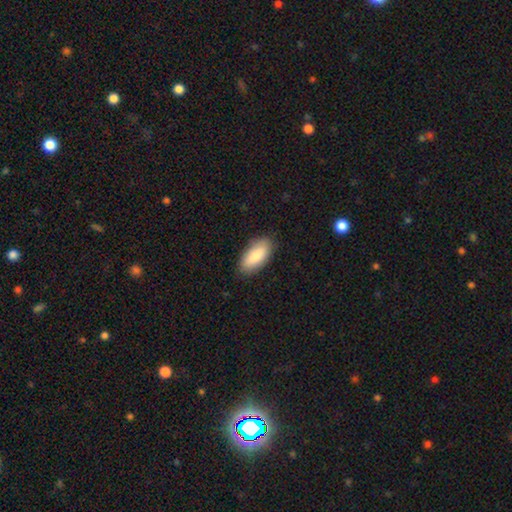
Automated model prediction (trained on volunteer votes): smooth_or_featured: smooth (p=0.84) [alt: featured or disk p=0.10]
how_rounded: in between (p=0.90) [alt: cigar-shaped p=0.08]
merging: none (p=0.86) [alt: minor disturbance p=0.10]